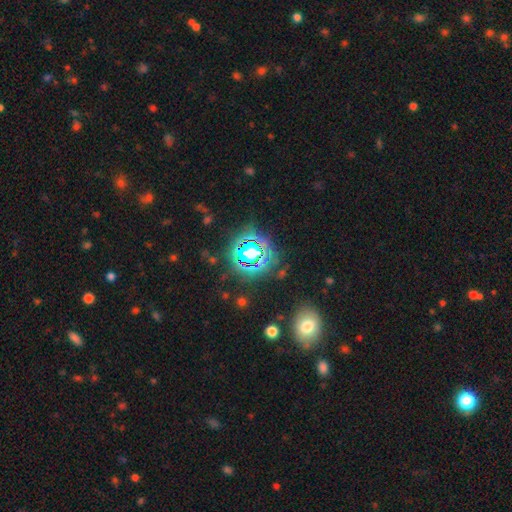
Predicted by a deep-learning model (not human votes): This is likely a star or artifact rather than a galaxy (72%).